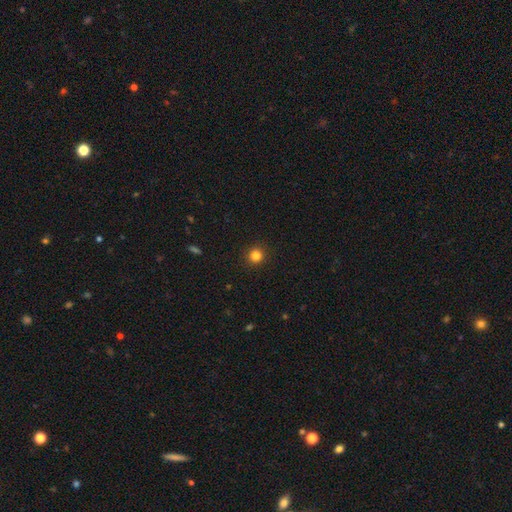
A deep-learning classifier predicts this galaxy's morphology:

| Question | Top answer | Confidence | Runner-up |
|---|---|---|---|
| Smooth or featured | smooth | 82% | star or artifact (13%) |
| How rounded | round | 93% | in between (6%) |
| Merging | none | 92% | minor disturbance (5%) |